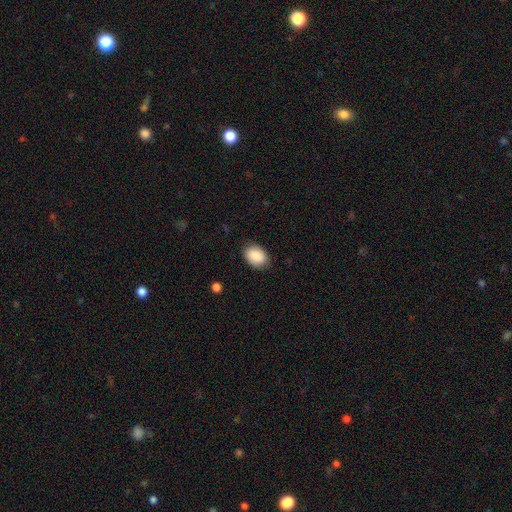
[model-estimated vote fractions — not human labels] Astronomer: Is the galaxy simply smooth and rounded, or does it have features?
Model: smooth — 87%.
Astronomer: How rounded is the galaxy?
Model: in between — 79%.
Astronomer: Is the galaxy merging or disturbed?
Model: none — 83%.